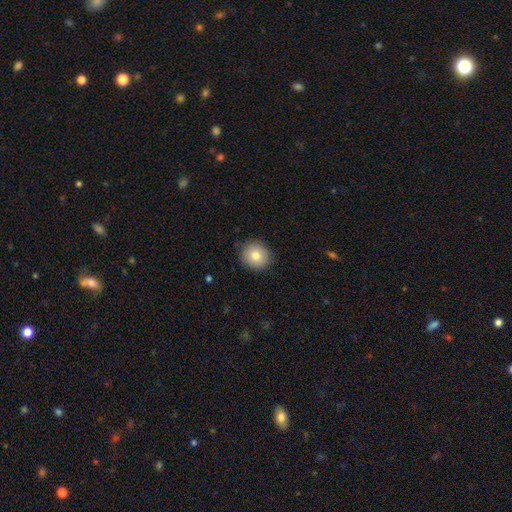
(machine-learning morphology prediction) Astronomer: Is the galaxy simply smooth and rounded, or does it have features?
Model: smooth — 80%.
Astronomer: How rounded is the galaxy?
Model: round — 86%.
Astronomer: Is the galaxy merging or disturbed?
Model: none — 89%.